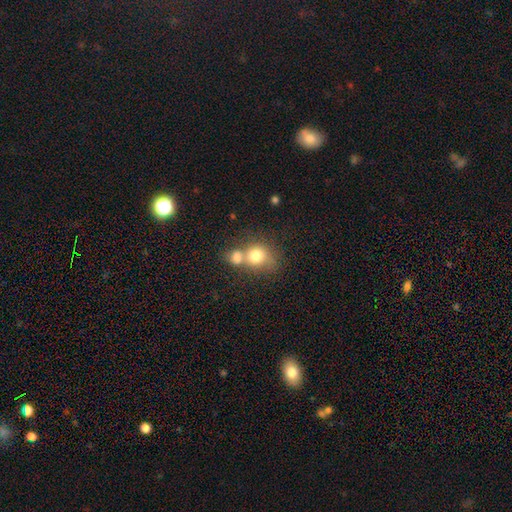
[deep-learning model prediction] smooth 75%, featured or disk 15%, star or artifact 10%. Down the decision tree: how rounded — round (73%); merging — merger (59%).